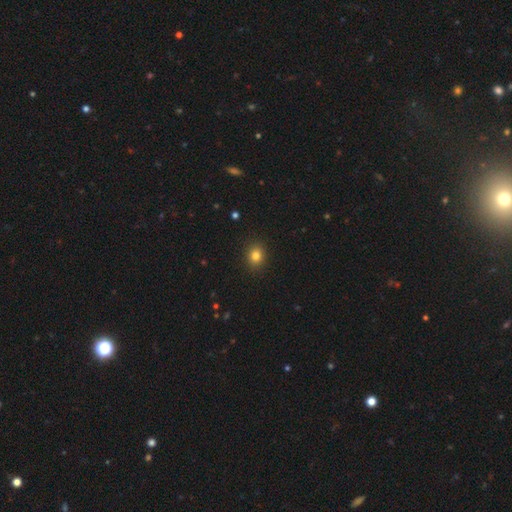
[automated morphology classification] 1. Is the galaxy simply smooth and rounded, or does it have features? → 82% smooth, 12% star or artifact, 6% featured or disk.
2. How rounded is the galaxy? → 67% round, 32% in between, 1% cigar-shaped.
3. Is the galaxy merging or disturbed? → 91% none, 6% minor disturbance, 2% major disturbance, 1% merger.